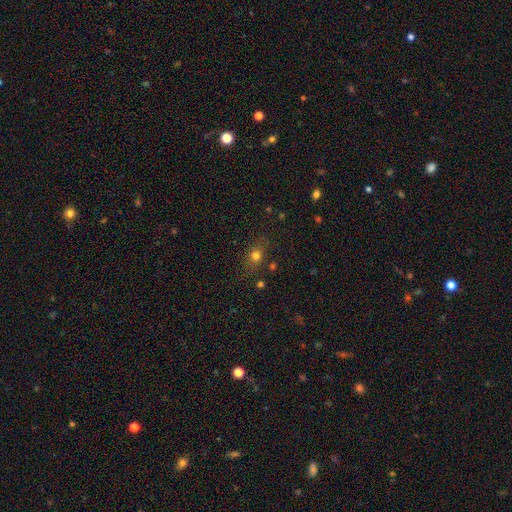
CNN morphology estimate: This appears to be a smooth galaxy with no disk features (72%) that is round (53%). Merging: none (78%).